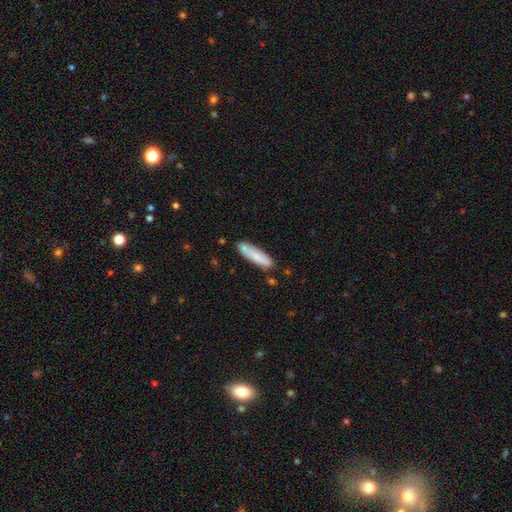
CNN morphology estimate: smooth_or_featured: smooth (p=0.79) [alt: featured or disk p=0.15]
how_rounded: cigar-shaped (p=0.78) [alt: in between p=0.20]
merging: none (p=0.80) [alt: minor disturbance p=0.13]